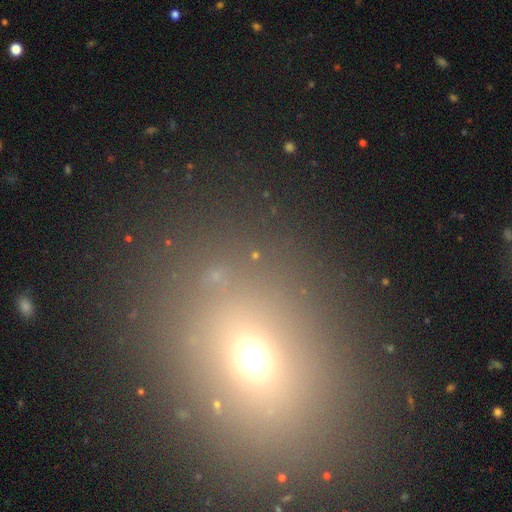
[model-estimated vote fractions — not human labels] Overall: smooth (53%; star or artifact 35%). How rounded: round (57%; in between 41%). Merging: none (80%).